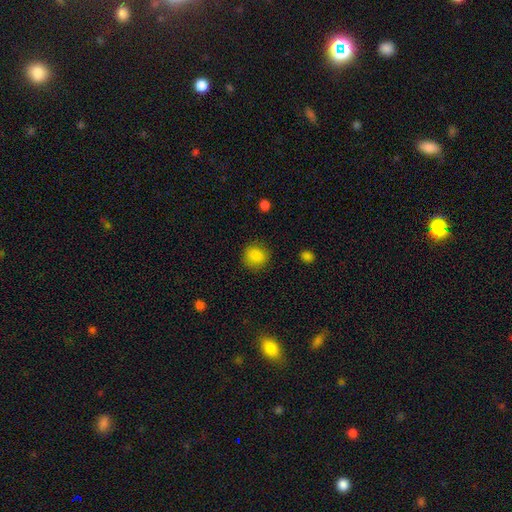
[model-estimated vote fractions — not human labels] smooth 87%, star or artifact 10%, featured or disk 4%. Down the decision tree: how rounded — round (86%); merging — none (86%).